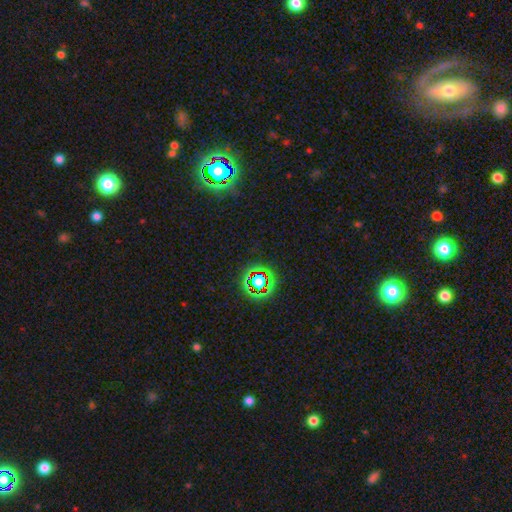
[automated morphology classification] Overall: star or artifact (77%).